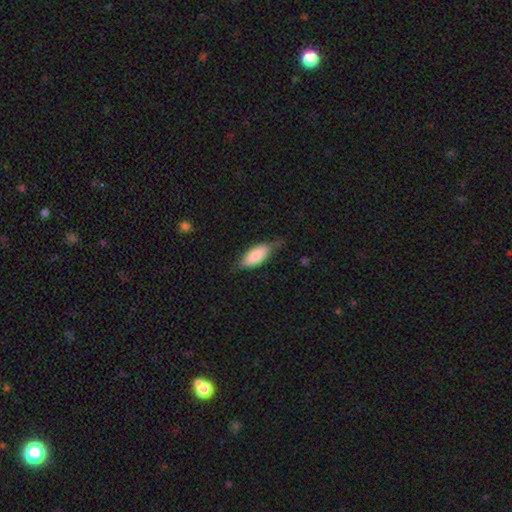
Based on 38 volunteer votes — Morphology: type=smooth (84%); roundness=in between (75%); merging=none (51%).